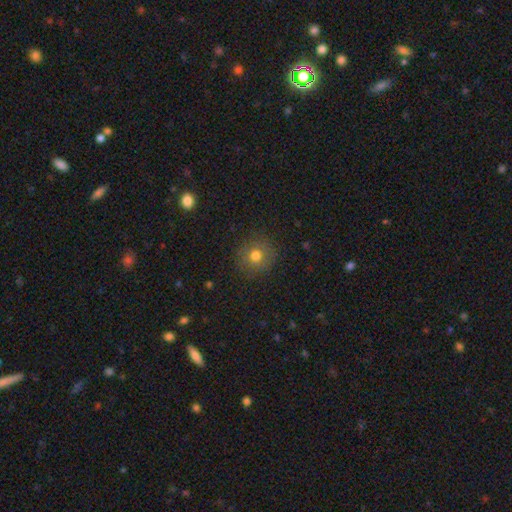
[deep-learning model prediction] This is likely a smooth galaxy (75%). How rounded: clearly round (91%). Merging: clearly none (88%).